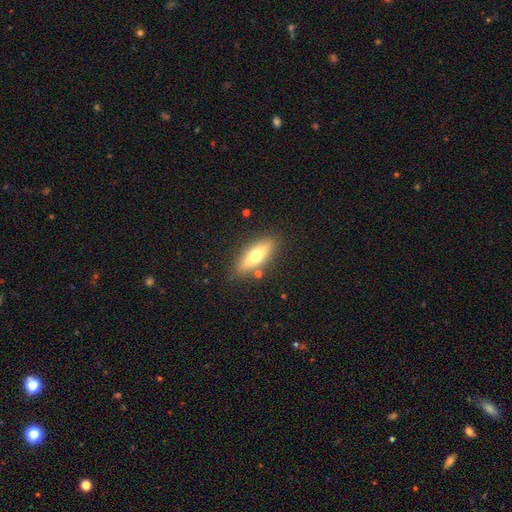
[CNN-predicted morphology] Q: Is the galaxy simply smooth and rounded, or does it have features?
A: smooth — 60%.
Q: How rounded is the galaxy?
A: in between — 55%.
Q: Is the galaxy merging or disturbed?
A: none — 84%.